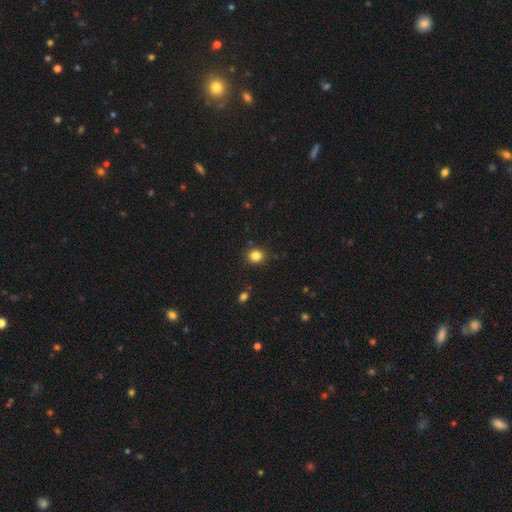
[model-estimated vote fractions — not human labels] The model was most divided on "how rounded": round: 81%, in between: 19%, cigar-shaped: 1%. More confident: merging — none (87%); smooth or featured — smooth (83%).